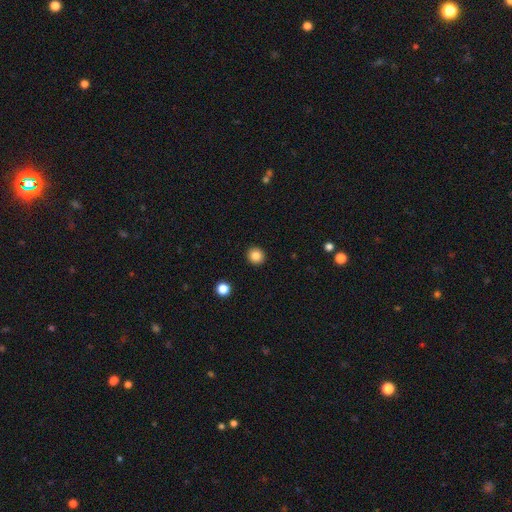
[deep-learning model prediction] Overall: smooth (84%). How rounded: round (92%). Merging: none (93%).